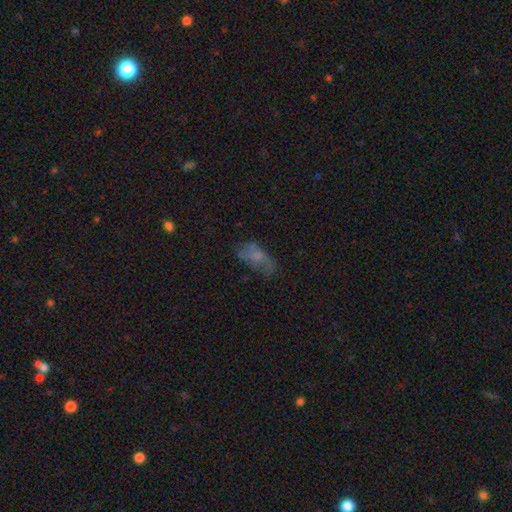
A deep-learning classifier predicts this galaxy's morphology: Smooth or featured?
  - smooth: 56% *
  - featured or disk: 31%
  - star or artifact: 13%
How rounded?
  - in between: 84% *
  - cigar-shaped: 10%
  - round: 5%
Merging?
  - none: 48% *
  - minor disturbance: 27%
  - major disturbance: 20%
  - merger: 5%